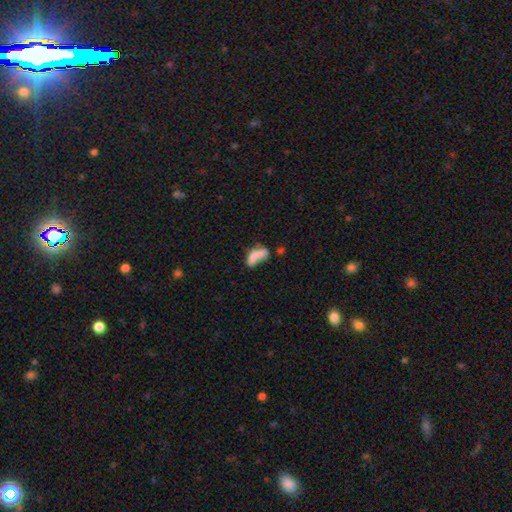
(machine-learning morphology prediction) Q: Smooth or featured?
A: smooth (65%); runner-up: featured or disk (24%)
Q: How rounded?
A: in between (80%); runner-up: cigar-shaped (15%)
Q: Merging?
A: merger (35%); runner-up: none (24%)